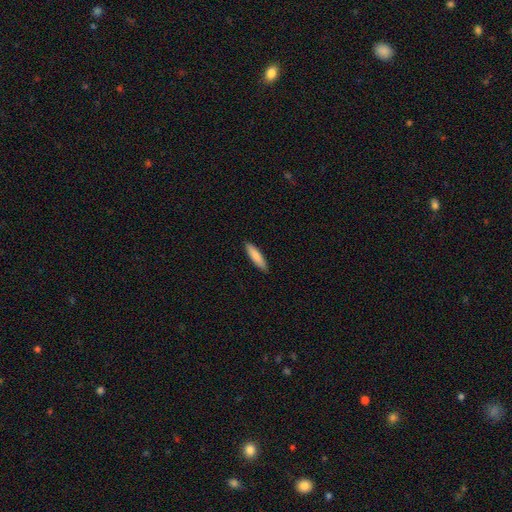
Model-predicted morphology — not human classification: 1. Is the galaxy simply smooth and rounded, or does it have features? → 85% smooth, 10% featured or disk, 5% star or artifact.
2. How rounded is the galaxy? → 77% cigar-shaped, 21% in between, 1% round.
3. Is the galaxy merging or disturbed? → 91% none, 7% minor disturbance, 1% major disturbance, 1% merger.